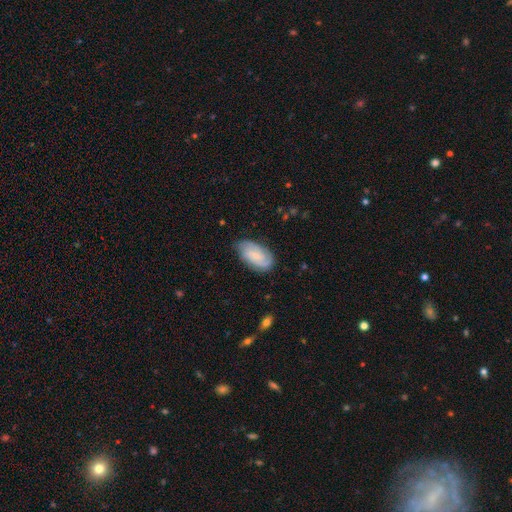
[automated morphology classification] Smooth or featured? featured or disk (66%)
Edge-on disk? no (96%)
Bar? no (65%)
Spiral arms? yes (93%)
Spiral winding? tight (54%)
Spiral arm count? 2 (40%)
Bulge size? small (74%)
Merging? none (77%)